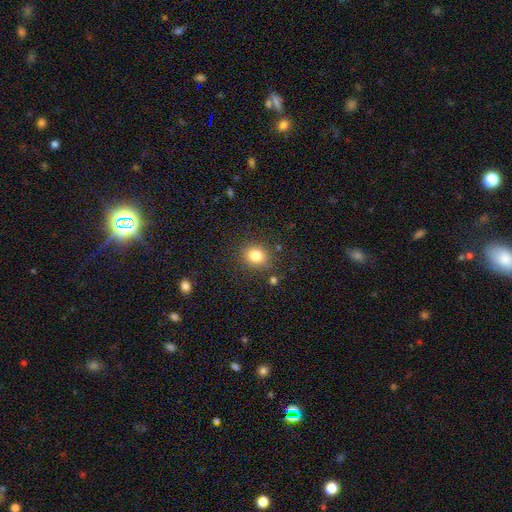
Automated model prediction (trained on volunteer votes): This is clearly a smooth galaxy (81%). How rounded: likely round (74%). Merging: clearly none (84%).